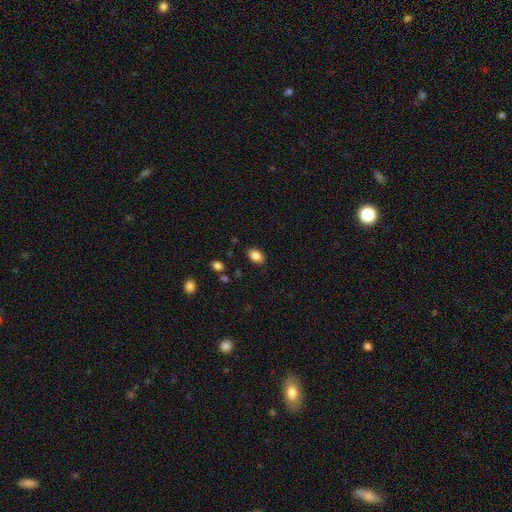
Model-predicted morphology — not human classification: Overall: smooth (86%). How rounded: in between (85%). Merging: none (86%).